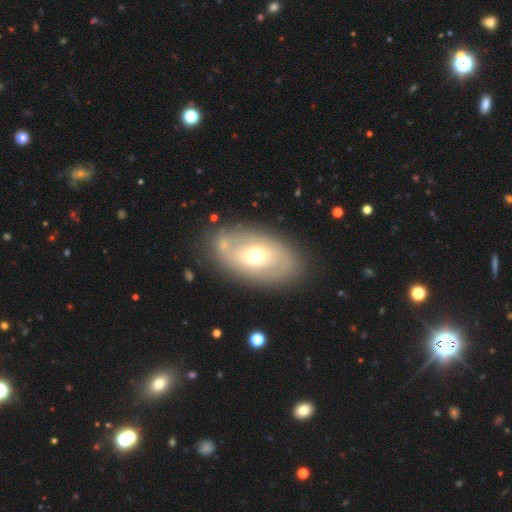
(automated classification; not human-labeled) Smooth or featured?
  - featured or disk: 48% *
  - smooth: 44%
  - star or artifact: 7%
Merging?
  - none: 78% *
  - minor disturbance: 13%
  - major disturbance: 5%
  - merger: 4%